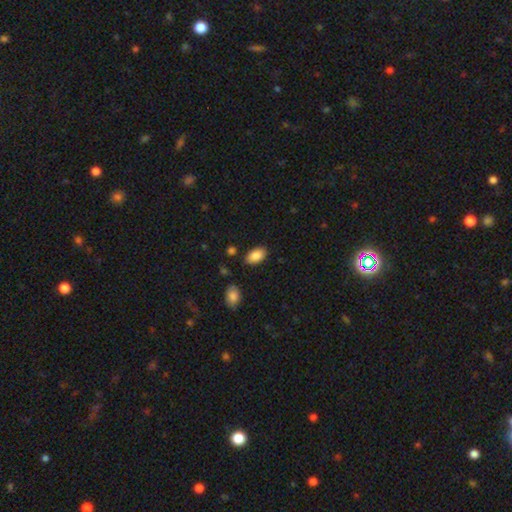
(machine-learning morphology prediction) The model was most divided on "merging": none: 84%, minor disturbance: 11%, major disturbance: 3%, merger: 2%. More confident: how rounded — in between (93%); smooth or featured — smooth (87%).